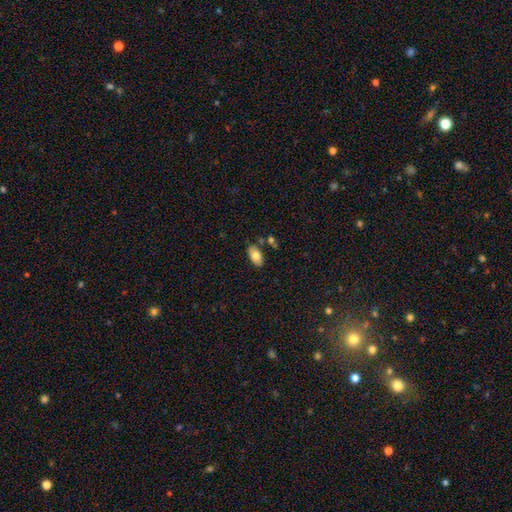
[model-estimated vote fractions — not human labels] Smooth or featured? smooth (77%)
How rounded? in between (94%)
Merging? none (81%)